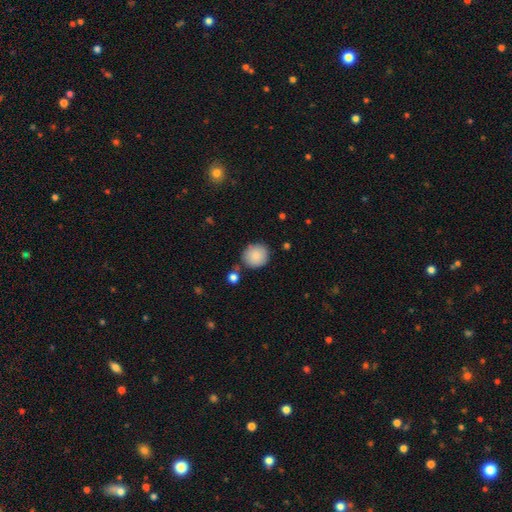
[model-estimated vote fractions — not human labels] The model was most divided on "merging": none: 76%, minor disturbance: 14%, merger: 6%, major disturbance: 3%. More confident: smooth or featured — smooth (87%); how rounded — round (85%).